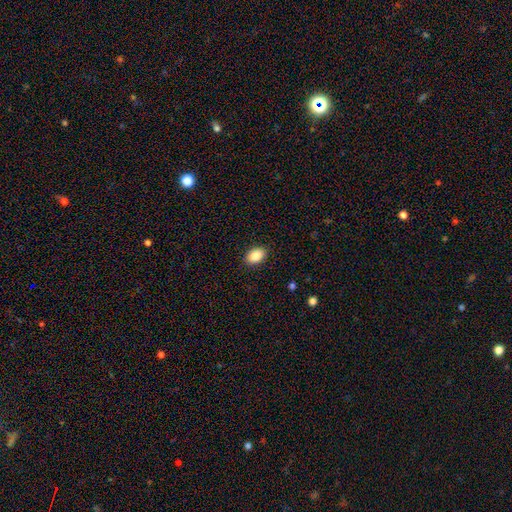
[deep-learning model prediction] This appears to be a smooth galaxy with no disk features (87%) that is in between round and cigar-shaped (86%). Merging: none (90%).